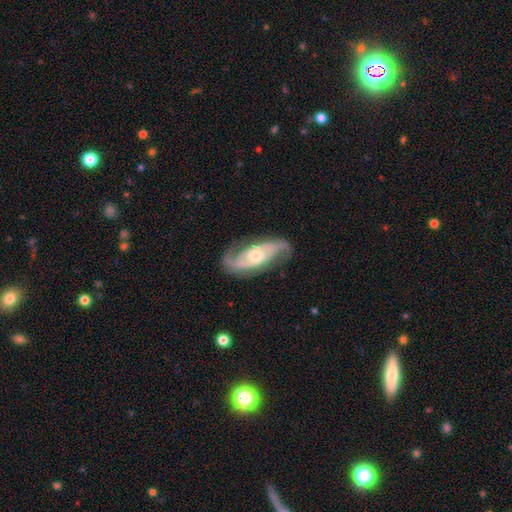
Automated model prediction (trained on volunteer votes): This is clearly a featured or disk galaxy (87%). It is clearly not viewed edge-on (94%). Bar: possibly no (60%). Spiral arm pattern: clearly yes (96%). Spiral arm count: clearly 2 (90%). Spiral winding: possibly medium (47%). Central bulge: possibly moderate (58%). Merging: likely none (78%).